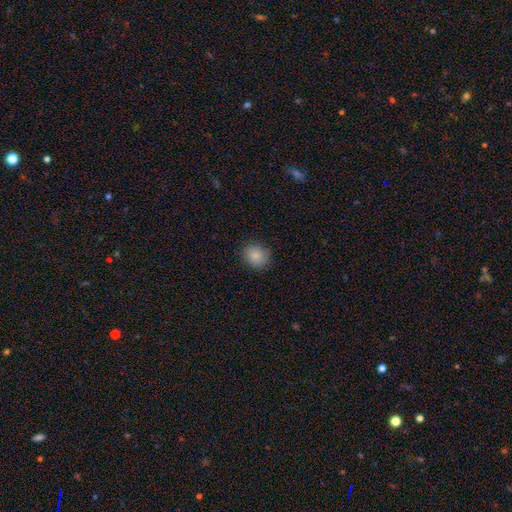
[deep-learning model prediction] A smooth galaxy with no disk features (84%) that is round (76%).

Vote fractions:
- Smooth or featured? smooth: 84% / star or artifact: 10% / featured or disk: 6%
- How rounded? round: 76% / in between: 23% / cigar-shaped: 1%
- Merging? none: 86% / minor disturbance: 10% / major disturbance: 3% / merger: 1%